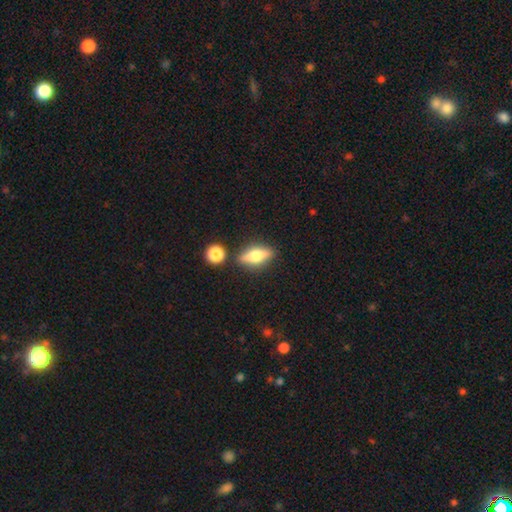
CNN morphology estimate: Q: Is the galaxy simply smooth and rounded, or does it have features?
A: featured or disk — 47%.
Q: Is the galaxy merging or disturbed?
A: none — 83%.